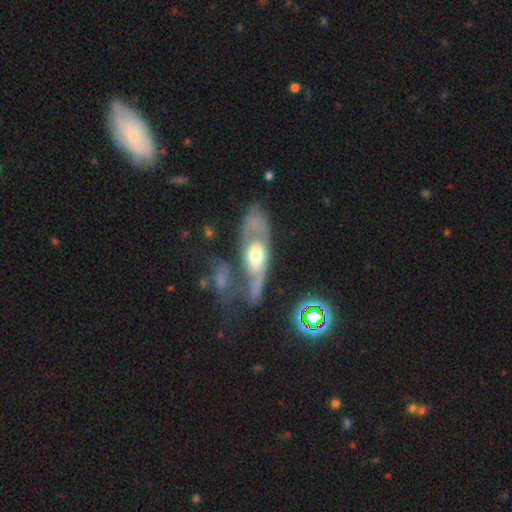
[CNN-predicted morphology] Q: Smooth or featured?
A: featured or disk (65%); runner-up: smooth (28%)
Q: Edge-on disk?
A: no (81%); runner-up: yes (19%)
Q: Bar?
A: no (70%); runner-up: weak (22%)
Q: Spiral arms?
A: yes (54%); runner-up: no (46%)
Q: Bulge size?
A: moderate (61%); runner-up: large (23%)
Q: Merging?
A: major disturbance (34%); runner-up: none (26%)